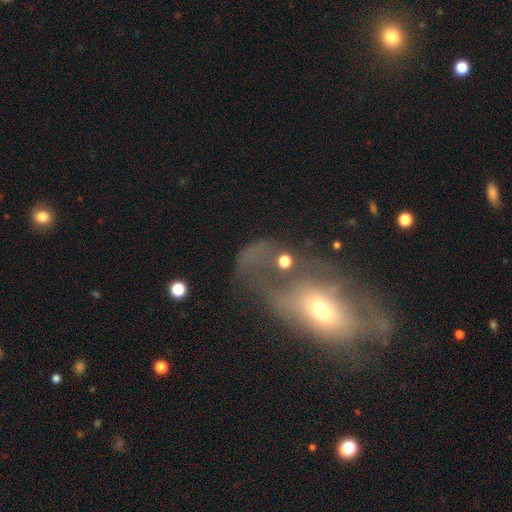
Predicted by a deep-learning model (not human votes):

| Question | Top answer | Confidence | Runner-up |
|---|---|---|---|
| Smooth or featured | featured or disk | 42% | smooth (40%) |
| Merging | major disturbance | 47% | none (21%) |